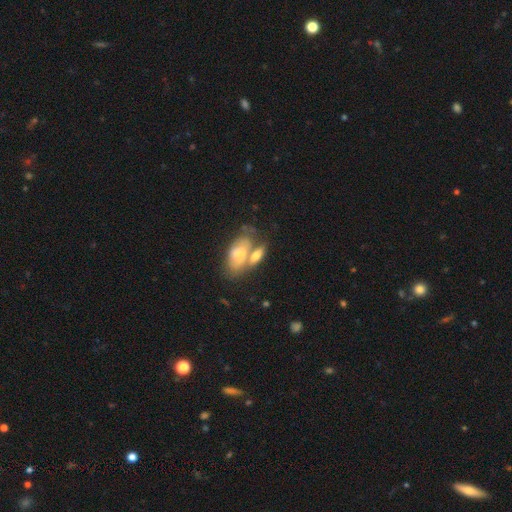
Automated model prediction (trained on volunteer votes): This appears to be a smooth galaxy with no disk features (66%) that is in between round and cigar-shaped (82%). Merging: merger (50%).